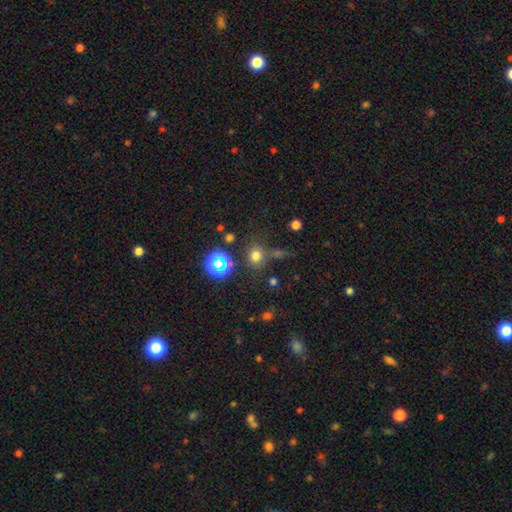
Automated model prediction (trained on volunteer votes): A smooth galaxy with no disk features (68%) that is round (73%).

Vote fractions:
- Smooth or featured? smooth: 68% / star or artifact: 24% / featured or disk: 8%
- How rounded? round: 73% / in between: 26% / cigar-shaped: 1%
- Merging? none: 70% / minor disturbance: 12% / merger: 12% / major disturbance: 6%